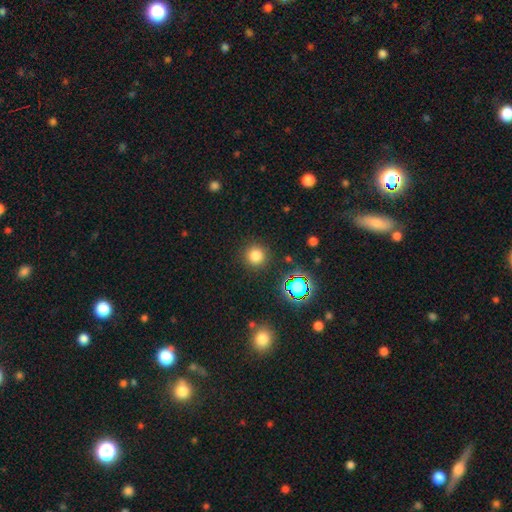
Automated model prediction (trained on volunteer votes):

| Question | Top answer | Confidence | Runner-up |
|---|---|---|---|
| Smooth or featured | smooth | 76% | star or artifact (18%) |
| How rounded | round | 95% | in between (4%) |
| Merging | none | 89% | minor disturbance (7%) |